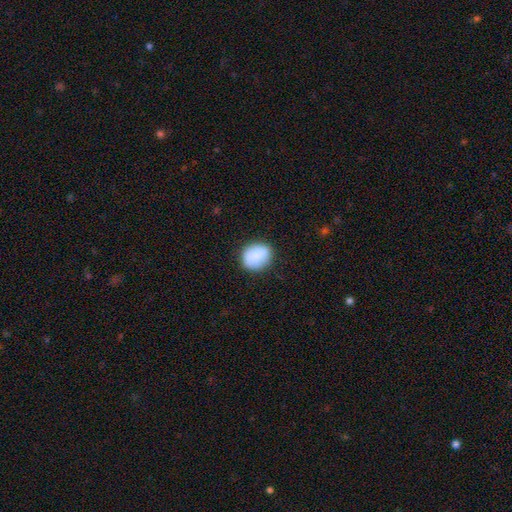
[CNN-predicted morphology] This appears to be a smooth galaxy with no disk features (84%) that is round (66%). Merging: none (81%).